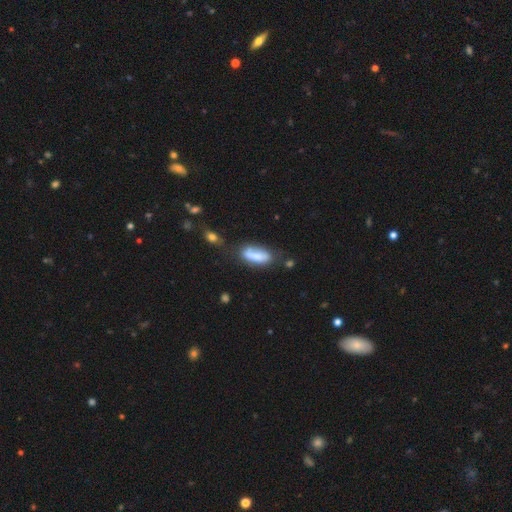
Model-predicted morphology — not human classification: Smooth or featured? smooth (70%)
How rounded? in between (69%)
Merging? none (52%)